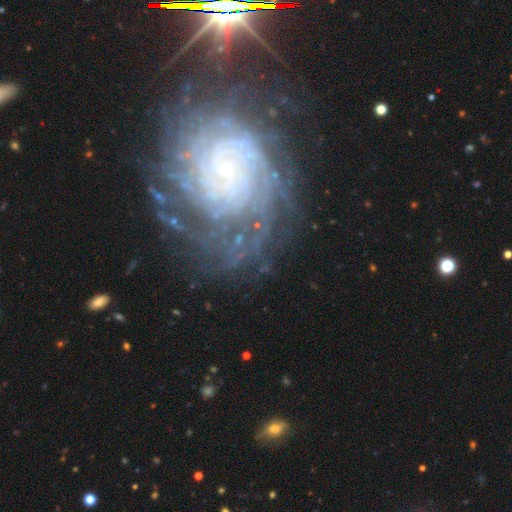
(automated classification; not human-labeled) Q: Smooth or featured?
A: featured or disk (83%); runner-up: star or artifact (9%)
Q: Edge-on disk?
A: no (97%); runner-up: yes (3%)
Q: Bar?
A: no (74%); runner-up: weak (19%)
Q: Spiral arms?
A: yes (96%); runner-up: no (4%)
Q: Spiral winding?
A: tight (79%); runner-up: medium (17%)
Q: Spiral arm count?
A: can't tell (33%); runner-up: more than 4 (25%)
Q: Bulge size?
A: small (81%); runner-up: moderate (9%)
Q: Merging?
A: none (67%); runner-up: minor disturbance (17%)